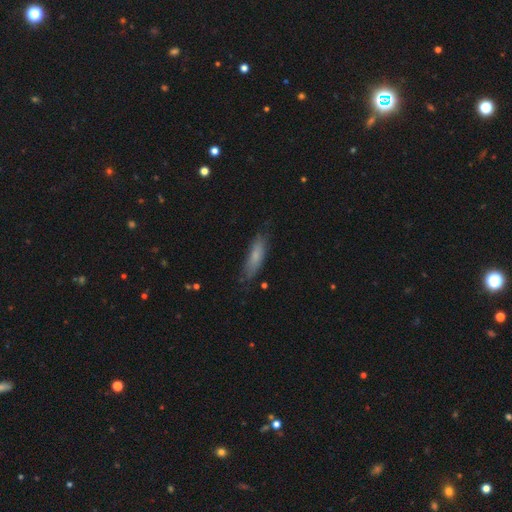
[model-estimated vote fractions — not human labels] This is likely a smooth galaxy (72%). How rounded: likely cigar-shaped (62%). Merging: likely none (74%).